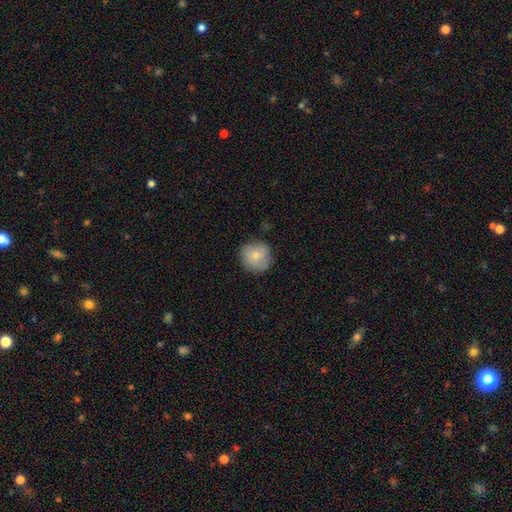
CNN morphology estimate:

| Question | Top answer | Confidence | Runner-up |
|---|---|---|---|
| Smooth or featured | smooth | 76% | featured or disk (16%) |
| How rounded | round | 93% | in between (6%) |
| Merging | none | 79% | minor disturbance (16%) |